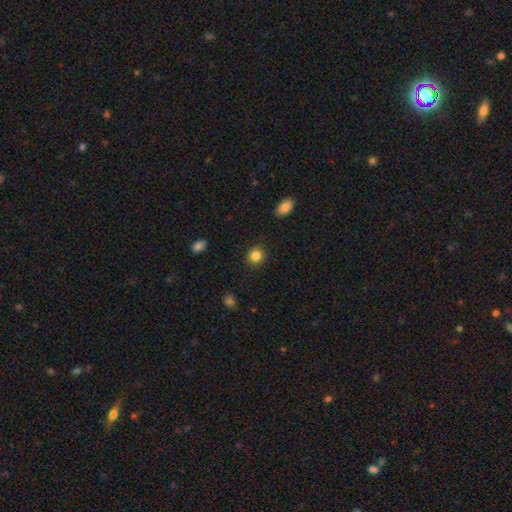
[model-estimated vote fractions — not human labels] smooth_or_featured: smooth (p=0.86) [alt: star or artifact p=0.10]
how_rounded: round (p=0.90) [alt: in between p=0.09]
merging: none (p=0.91) [alt: minor disturbance p=0.06]